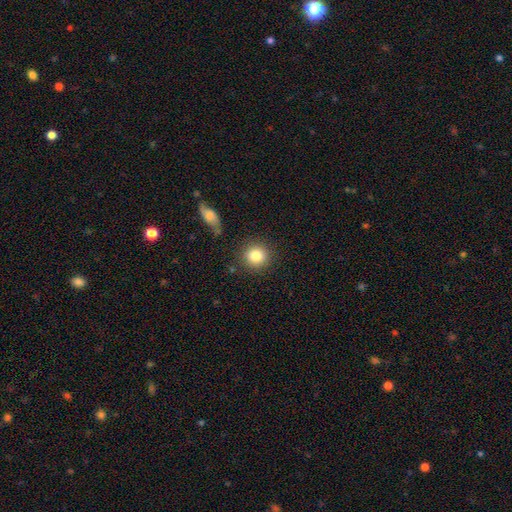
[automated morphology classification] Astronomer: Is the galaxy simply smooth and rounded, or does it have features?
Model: smooth — 84%.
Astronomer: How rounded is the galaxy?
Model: round — 89%.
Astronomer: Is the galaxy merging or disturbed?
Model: none — 86%.